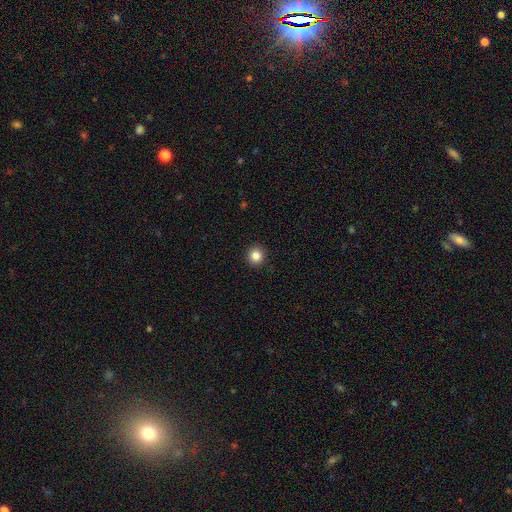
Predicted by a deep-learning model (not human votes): smooth 85%, star or artifact 11%, featured or disk 4%. Down the decision tree: how rounded — round (92%); merging — none (93%).